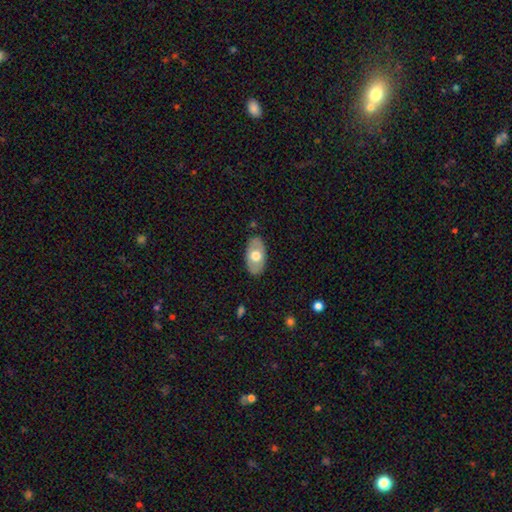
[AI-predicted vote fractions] Smooth or featured? smooth (57%)
How rounded? in between (93%)
Merging? none (84%)